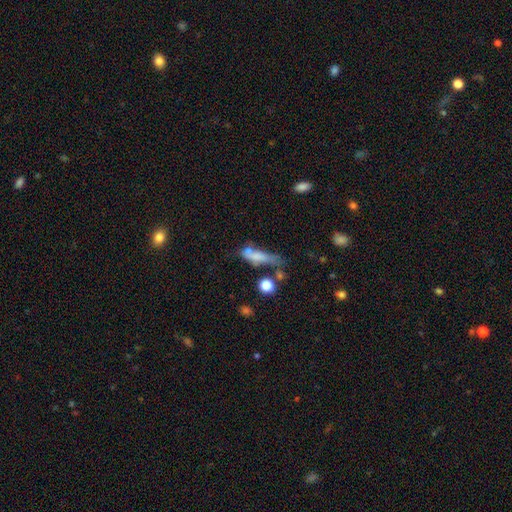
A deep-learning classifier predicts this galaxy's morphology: smooth_or_featured: smooth (p=0.62) [alt: featured or disk p=0.26]
how_rounded: cigar-shaped (p=0.57) [alt: in between p=0.37]
merging: none (p=0.33) [alt: minor disturbance p=0.23]